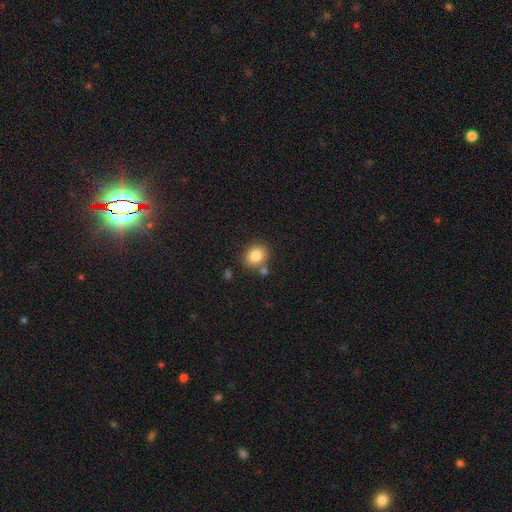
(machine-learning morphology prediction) A smooth galaxy with no disk features (84%) that is round (59%). Merging: none (74%).